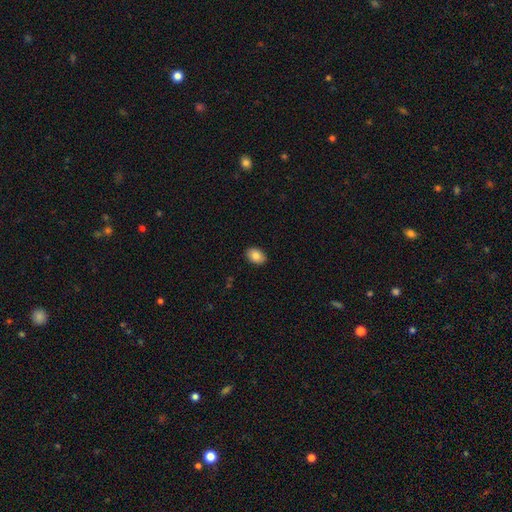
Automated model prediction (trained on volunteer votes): This is clearly a smooth galaxy (84%). How rounded: likely in between (79%). Merging: clearly none (90%).